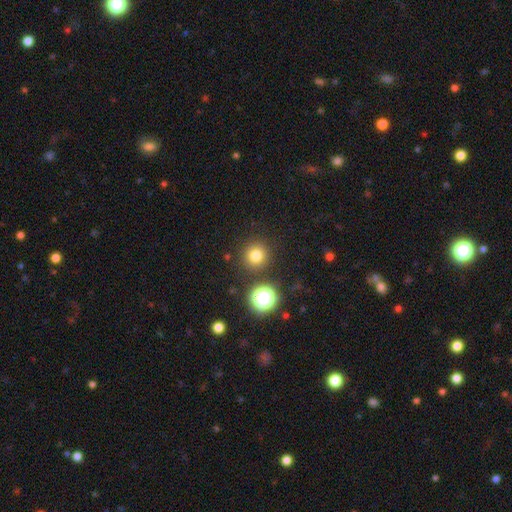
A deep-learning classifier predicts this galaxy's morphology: This appears to be a smooth galaxy with no disk features (76%) that is round (95%). Merging: none (88%).